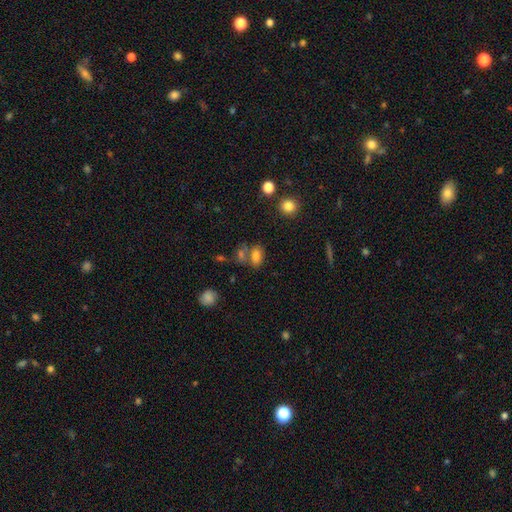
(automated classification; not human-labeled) smooth_or_featured: smooth (p=0.78) [alt: star or artifact p=0.12]
how_rounded: in between (p=0.85) [alt: round p=0.12]
merging: none (p=0.52) [alt: merger p=0.30]